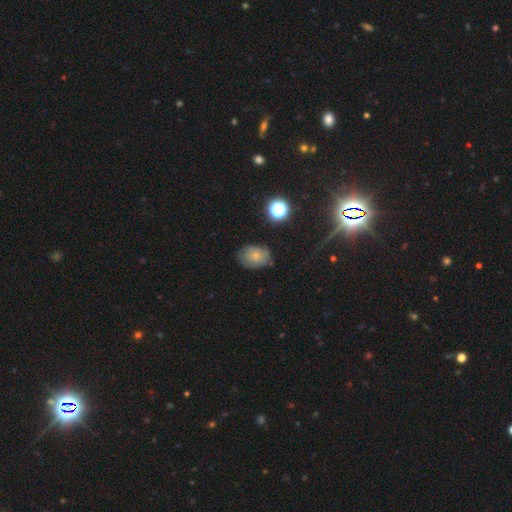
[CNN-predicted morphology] Smooth or featured? smooth (65%)
How rounded? in between (69%)
Merging? none (70%)